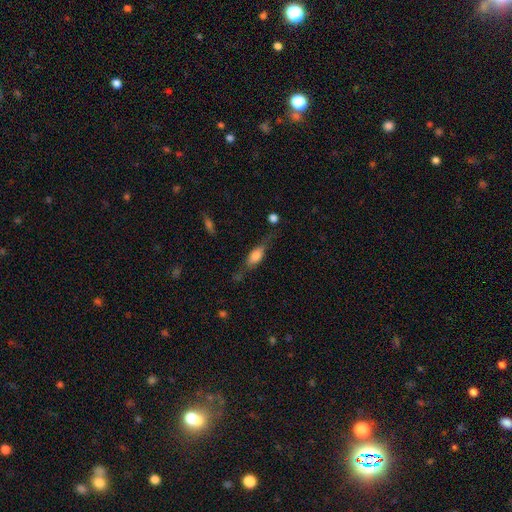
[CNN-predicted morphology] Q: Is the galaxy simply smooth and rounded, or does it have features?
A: smooth — 55%.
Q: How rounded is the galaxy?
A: in between — 61%.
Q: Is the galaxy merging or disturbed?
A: none — 59%.